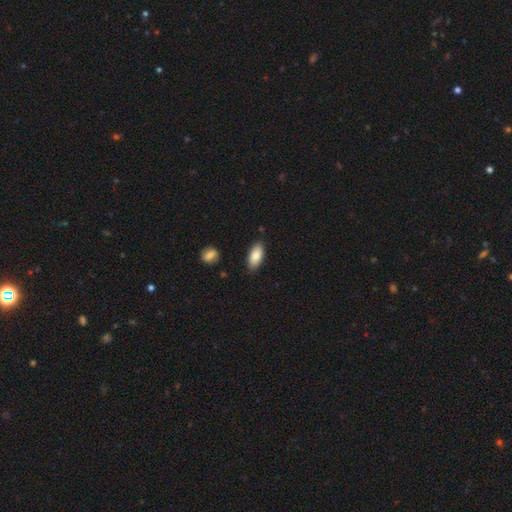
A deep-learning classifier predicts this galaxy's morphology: A smooth galaxy with no disk features (83%) that is in between round and cigar-shaped (90%). Merging: none (85%).